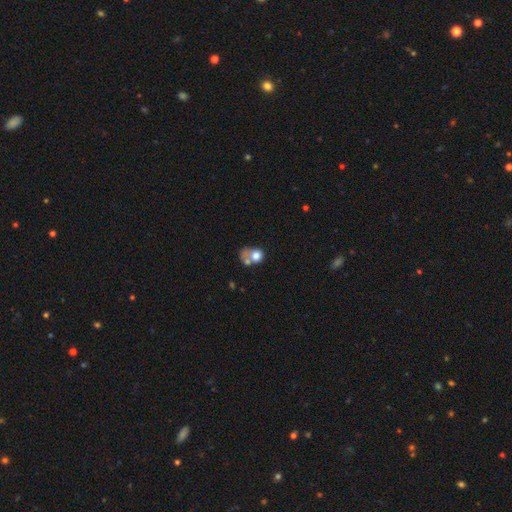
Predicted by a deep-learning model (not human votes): Smooth or featured?
  - smooth: 67% *
  - featured or disk: 21%
  - star or artifact: 12%
How rounded?
  - round: 61% *
  - in between: 38%
  - cigar-shaped: 1%
Merging?
  - merger: 46% *
  - none: 25%
  - major disturbance: 17%
  - minor disturbance: 11%